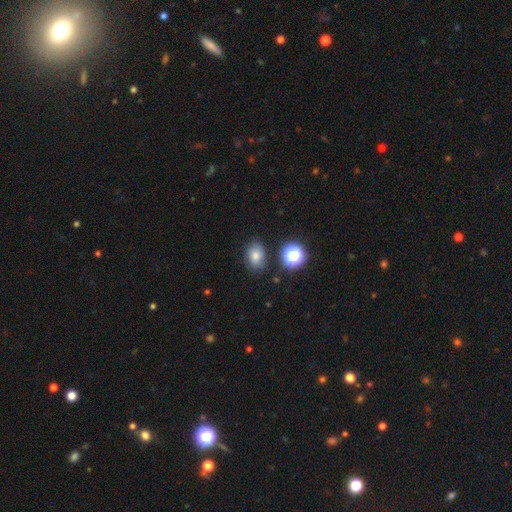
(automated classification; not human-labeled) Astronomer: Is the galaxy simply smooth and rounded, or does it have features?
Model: smooth — 74%.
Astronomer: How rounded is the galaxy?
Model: in between — 71%.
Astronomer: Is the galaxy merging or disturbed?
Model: none — 81%.